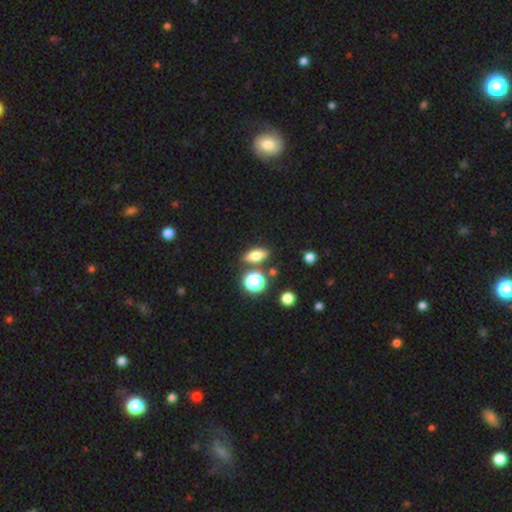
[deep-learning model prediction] smooth 71%, star or artifact 16%, featured or disk 13%. Down the decision tree: how rounded — in between (66%); merging — none (79%).